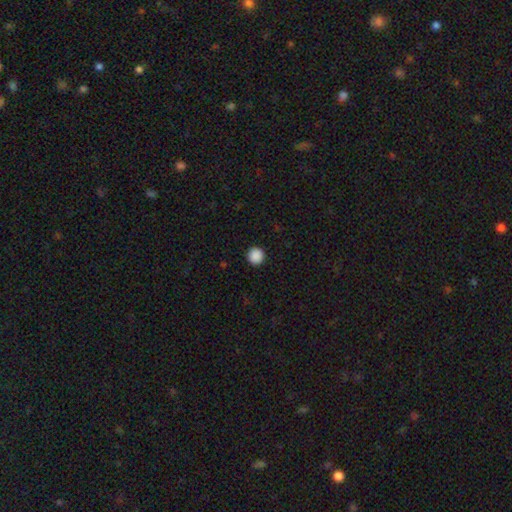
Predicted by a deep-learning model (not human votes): smooth 89%, star or artifact 9%, featured or disk 2%. Down the decision tree: how rounded — round (95%); merging — none (93%).